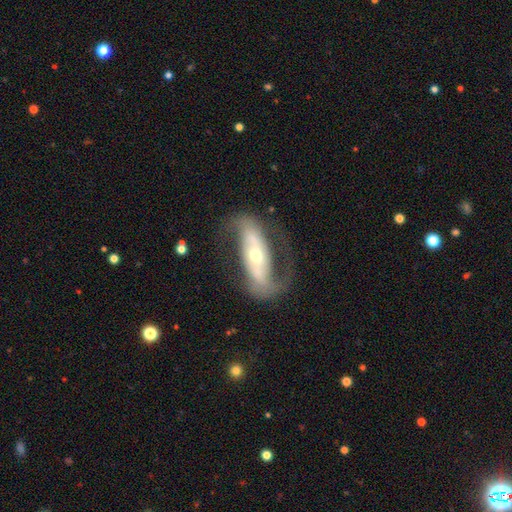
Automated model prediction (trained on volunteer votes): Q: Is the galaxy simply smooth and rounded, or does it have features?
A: featured or disk — 83%.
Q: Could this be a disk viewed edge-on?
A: no — 89%.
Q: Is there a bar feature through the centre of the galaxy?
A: strong — 49%.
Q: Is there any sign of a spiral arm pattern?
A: yes — 89%.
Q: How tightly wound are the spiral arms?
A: medium — 42%.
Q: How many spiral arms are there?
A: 2 — 88%.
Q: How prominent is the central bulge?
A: small — 51%.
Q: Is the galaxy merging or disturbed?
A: none — 70%.